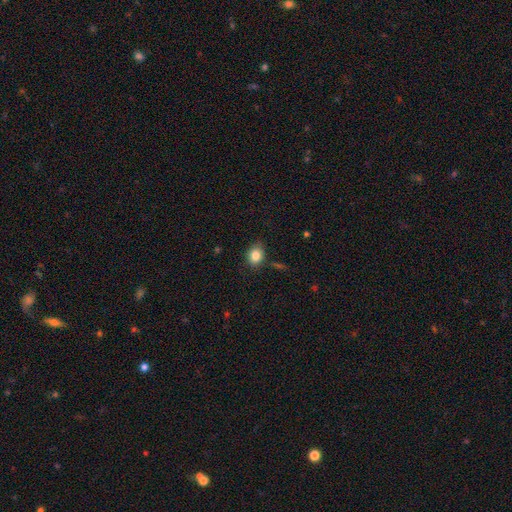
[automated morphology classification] The model was most divided on "how rounded": in between: 51%, round: 48%, cigar-shaped: 1%. More confident: smooth or featured — smooth (83%); merging — none (80%).